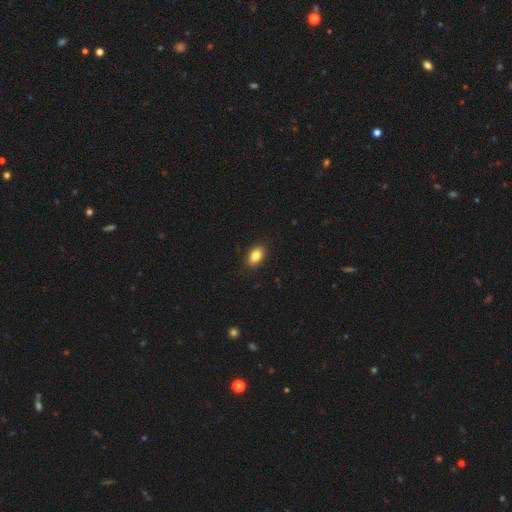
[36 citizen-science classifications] Smooth or featured? 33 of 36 (92%) said smooth. How rounded? 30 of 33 (91%) said in between. Merging? 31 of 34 (91%) said none.